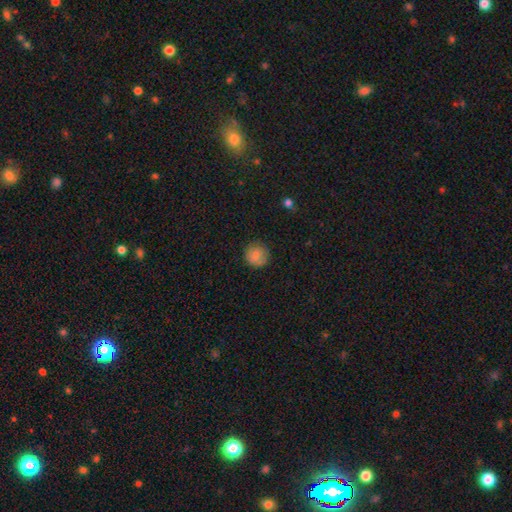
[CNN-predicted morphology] smooth 82%, featured or disk 9%, star or artifact 9%. Down the decision tree: how rounded — round (92%); merging — none (83%).